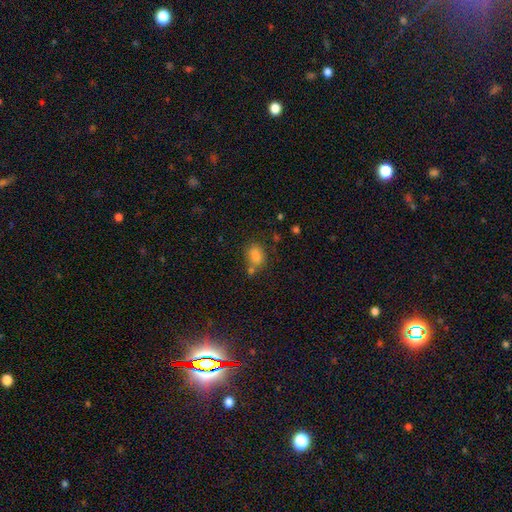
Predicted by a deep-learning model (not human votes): Smooth or featured: smooth — 82% (star or artifact — 11%)
How rounded: in between — 69% (round — 29%)
Merging: none — 56% (merger — 20%)